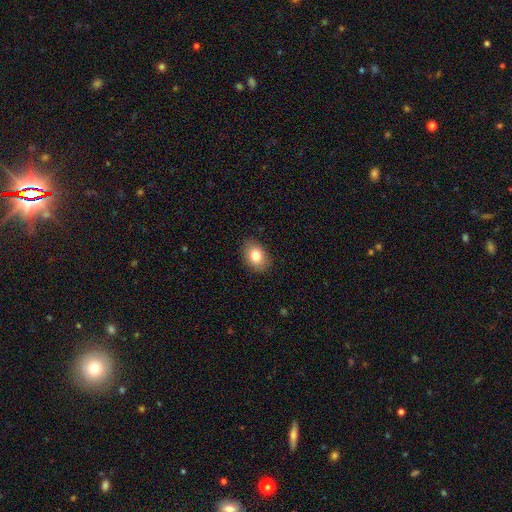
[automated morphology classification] type=smooth (82%); roundness=in between (76%); merging=none (88%).